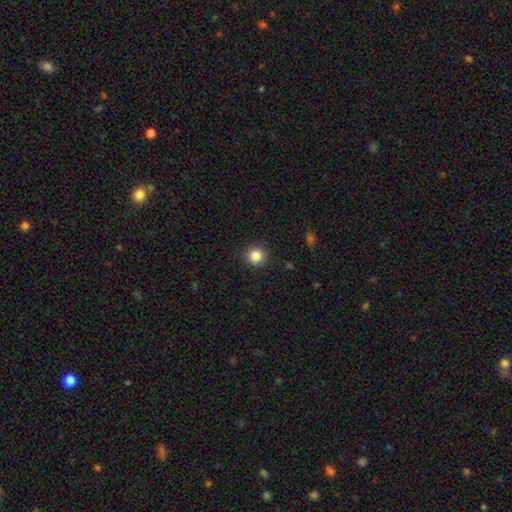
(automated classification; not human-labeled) This is clearly a smooth galaxy (84%). How rounded: clearly round (93%). Merging: clearly none (91%).